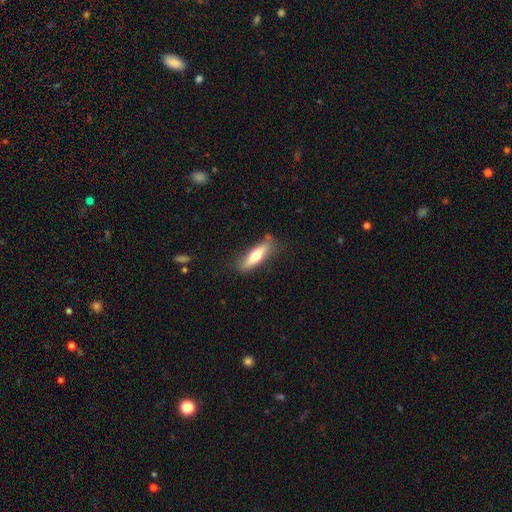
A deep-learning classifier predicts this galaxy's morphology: type=smooth (61%); roundness=cigar-shaped (65%); merging=none (79%).